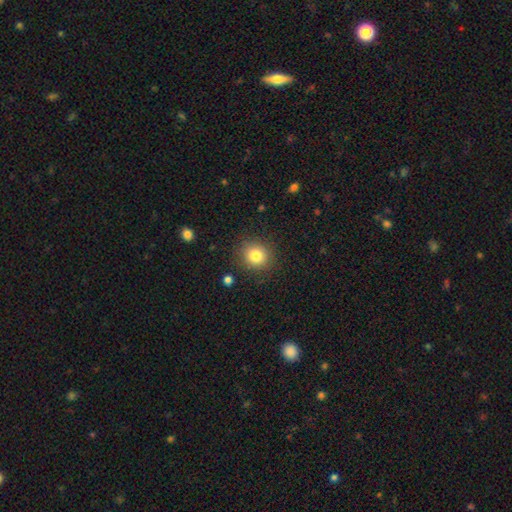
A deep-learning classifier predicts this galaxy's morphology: A smooth galaxy with no disk features (81%) that is round (88%).

Vote fractions:
- Smooth or featured? smooth: 81% / star or artifact: 11% / featured or disk: 8%
- How rounded? round: 88% / in between: 11% / cigar-shaped: 1%
- Merging? none: 87% / minor disturbance: 8% / major disturbance: 3% / merger: 2%